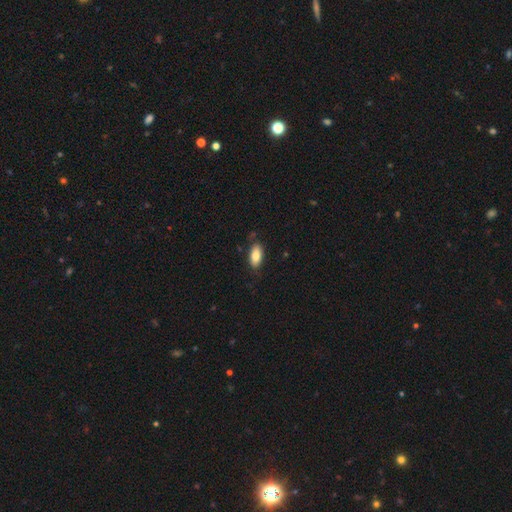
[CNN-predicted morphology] Smooth or featured: smooth — 83% (featured or disk — 10%)
How rounded: in between — 90% (cigar-shaped — 7%)
Merging: none — 82% (minor disturbance — 14%)